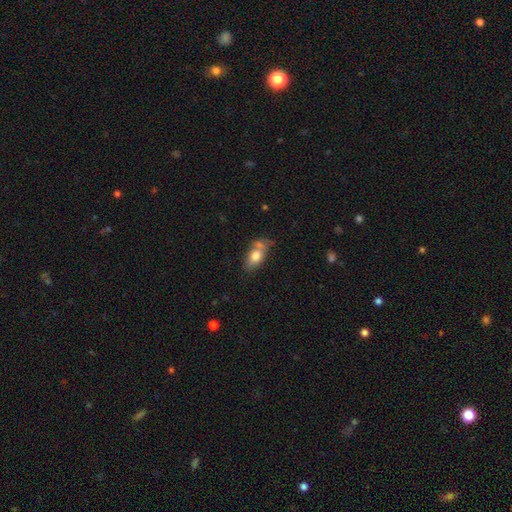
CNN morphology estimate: Smooth or featured? Predicted: smooth (p=0.75). How rounded? Predicted: in between (p=0.86). Merging? Predicted: none (p=0.43).